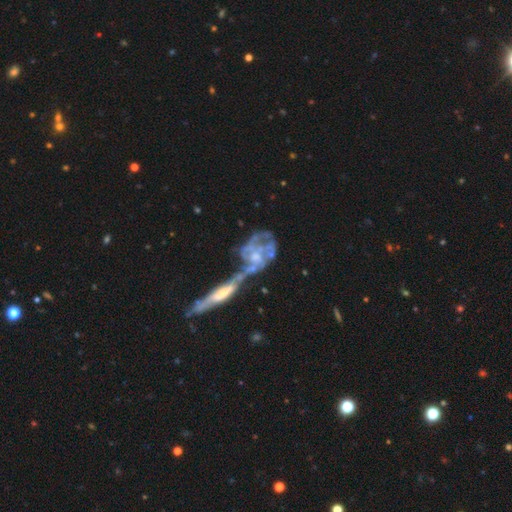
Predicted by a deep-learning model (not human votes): featured or disk 73%, smooth 19%, star or artifact 8%. Down the decision tree: edge-on disk — no (92%); bar — no (79%); spiral arms — no (53%); bulge size — moderate (35%); merging — merger (62%).